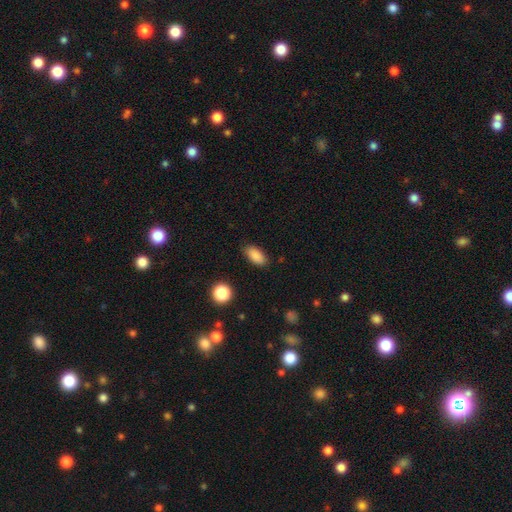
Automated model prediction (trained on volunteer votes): Smooth or featured: smooth — 87% (star or artifact — 8%)
How rounded: in between — 89% (cigar-shaped — 7%)
Merging: none — 85% (minor disturbance — 11%)